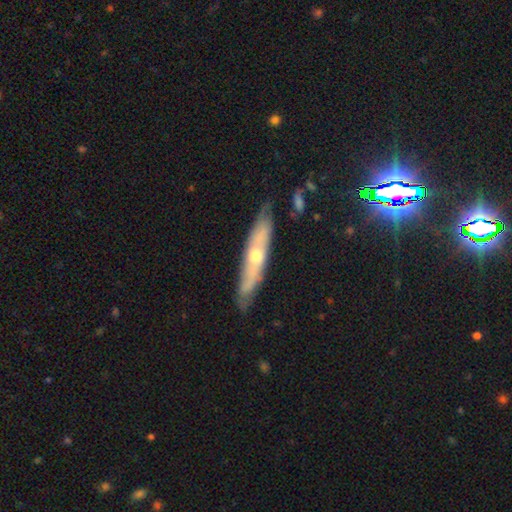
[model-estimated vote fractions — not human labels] featured or disk 63%, smooth 30%, star or artifact 7%. Down the decision tree: edge-on disk — yes (67%); merging — none (77%).